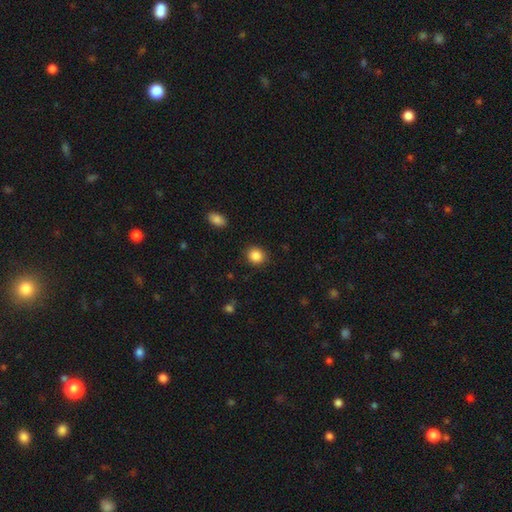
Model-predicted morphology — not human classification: This is clearly a smooth galaxy (87%). How rounded: likely round (79%). Merging: clearly none (89%).